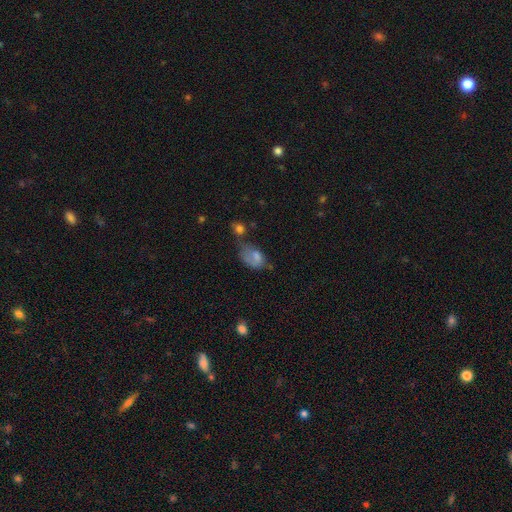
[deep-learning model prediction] The model was most divided on "merging" (2-way tie): none: 28%, major disturbance: 28%, minor disturbance: 26%, merger: 18%. More confident: how rounded — in between (84%); smooth or featured — smooth (61%).